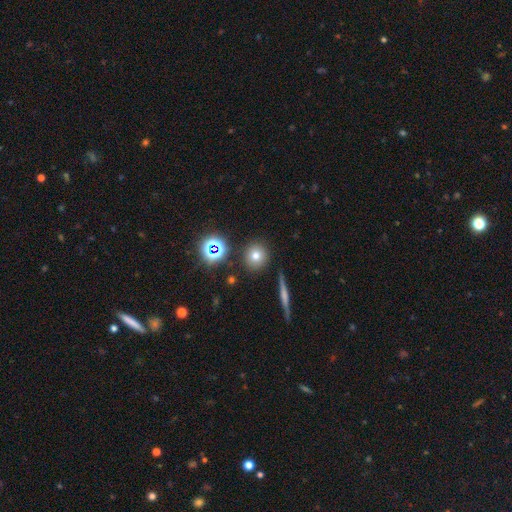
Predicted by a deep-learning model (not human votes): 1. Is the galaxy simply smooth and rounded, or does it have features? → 72% smooth, 17% star or artifact, 11% featured or disk.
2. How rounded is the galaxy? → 91% round, 7% in between, 1% cigar-shaped.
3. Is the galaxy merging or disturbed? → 88% none, 7% minor disturbance, 3% merger, 2% major disturbance.